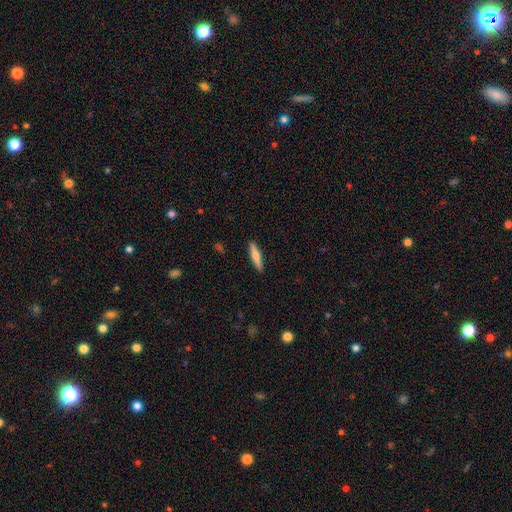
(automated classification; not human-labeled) Smooth or featured: smooth — 60% (featured or disk — 34%)
How rounded: cigar-shaped — 87% (in between — 12%)
Merging: none — 91% (minor disturbance — 6%)